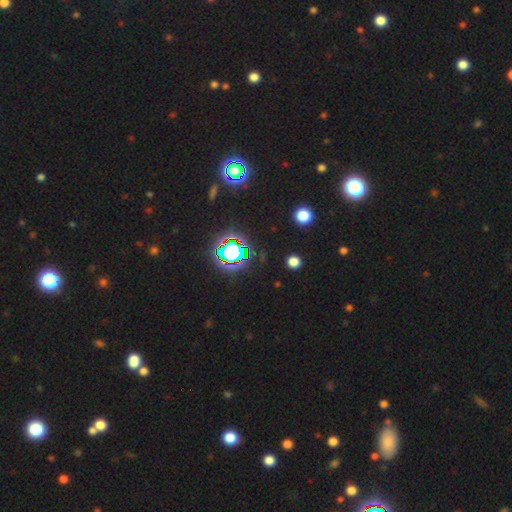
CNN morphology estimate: type=star or artifact (80%).